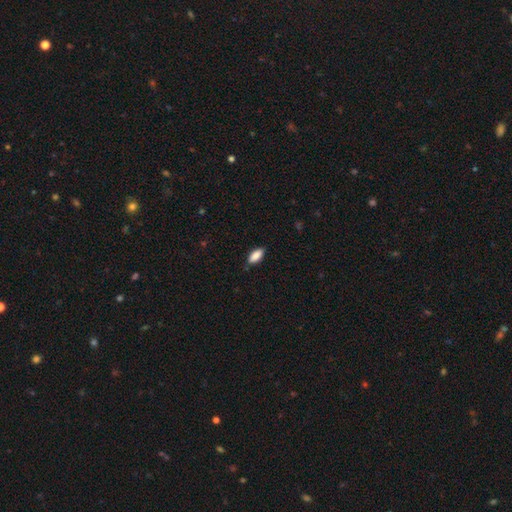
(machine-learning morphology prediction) This appears to be a smooth galaxy with no disk features (88%) that is in between round and cigar-shaped (86%). Merging: none (83%).